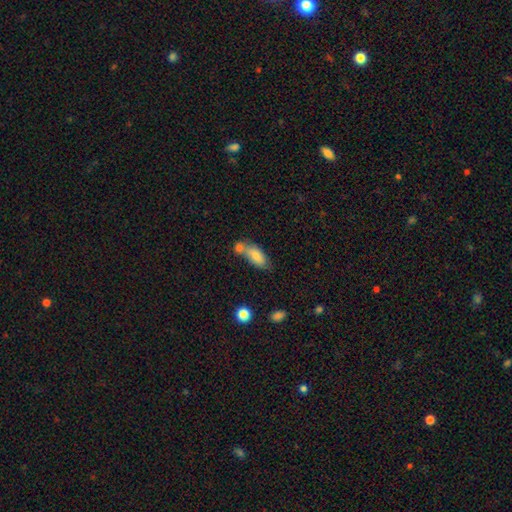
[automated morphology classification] A smooth galaxy with no disk features (76%) that is in between round and cigar-shaped (83%). Merging: merger (44%).